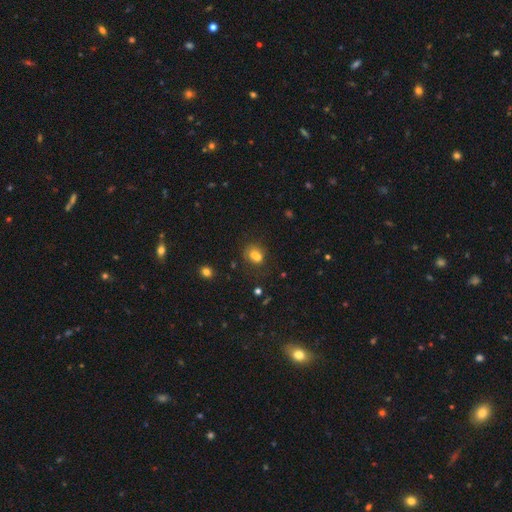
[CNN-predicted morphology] A smooth galaxy with no disk features (70%) that is round (51%).

Vote fractions:
- Smooth or featured? smooth: 70% / star or artifact: 16% / featured or disk: 14%
- How rounded? round: 51% / in between: 48% / cigar-shaped: 2%
- Merging? none: 41% / merger: 40% / minor disturbance: 13% / major disturbance: 6%